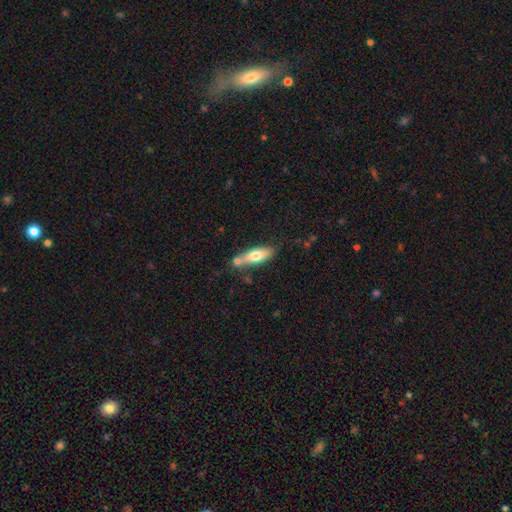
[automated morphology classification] Overall: smooth (65%; featured or disk 28%). How rounded: in between (51%; cigar-shaped 46%). Merging: none (57%; merger 22%).